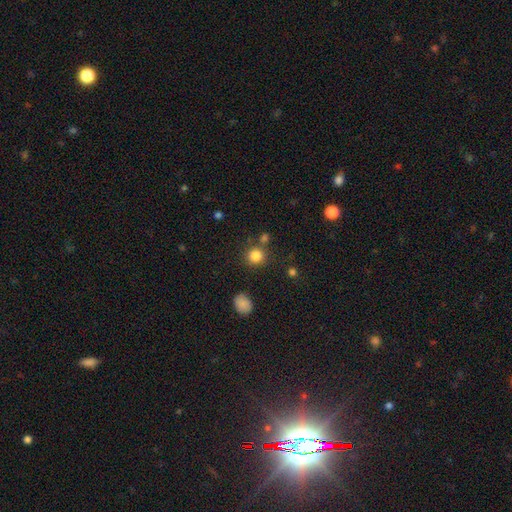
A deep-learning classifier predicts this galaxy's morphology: Q: Smooth or featured?
A: smooth (84%); runner-up: star or artifact (12%)
Q: How rounded?
A: round (89%); runner-up: in between (10%)
Q: Merging?
A: none (77%); runner-up: merger (10%)